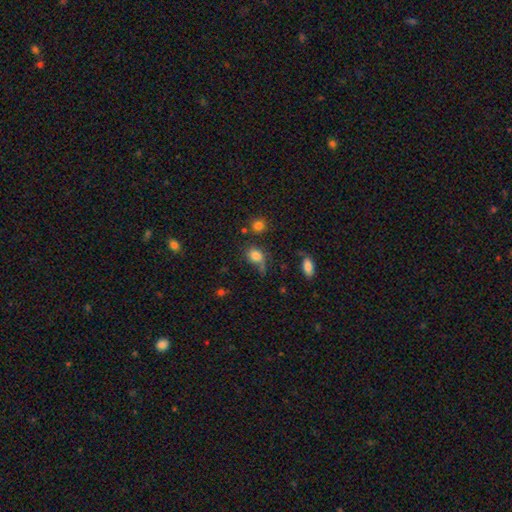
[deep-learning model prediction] A smooth galaxy with no disk features (80%) that is in between round and cigar-shaped (55%). Merging: none (48%).